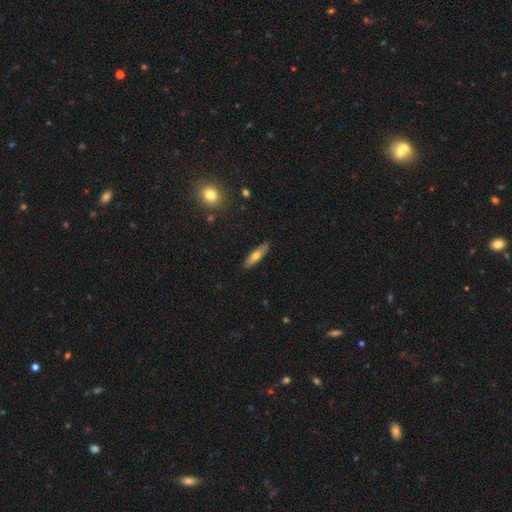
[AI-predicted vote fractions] Smooth or featured?
  - smooth: 59% *
  - featured or disk: 34%
  - star or artifact: 6%
How rounded?
  - cigar-shaped: 66% *
  - in between: 32%
  - round: 2%
Merging?
  - none: 89% *
  - minor disturbance: 8%
  - major disturbance: 2%
  - merger: 1%